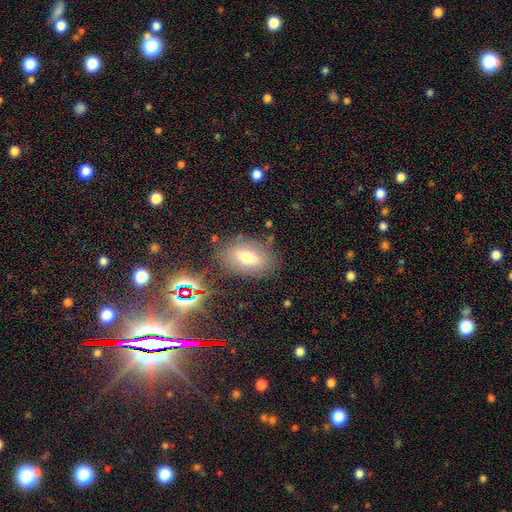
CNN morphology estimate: A smooth galaxy with no disk features (59%) that is in between round and cigar-shaped (84%).

Vote fractions:
- Smooth or featured? smooth: 59% / featured or disk: 23% / star or artifact: 18%
- How rounded? in between: 84% / round: 12% / cigar-shaped: 3%
- Merging? none: 76% / minor disturbance: 14% / major disturbance: 5% / merger: 4%